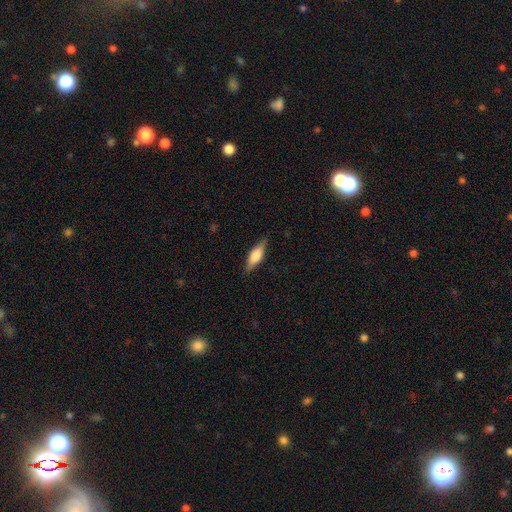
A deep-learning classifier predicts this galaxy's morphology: A smooth galaxy with no disk features (52%) that is in between round and cigar-shaped (54%). Merging: none (86%).